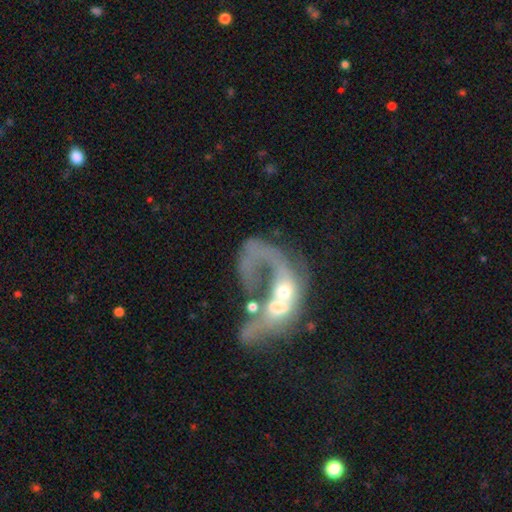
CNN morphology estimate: Overall: featured or disk (69%). Edge-on disk: no (96%). Bar: no (75%). Spiral arms: yes (51%; no 49%). Bulge size: moderate (55%; small 23%). Merging: merger (66%).